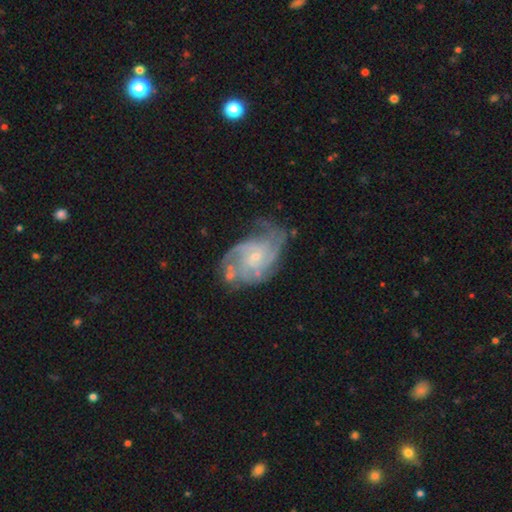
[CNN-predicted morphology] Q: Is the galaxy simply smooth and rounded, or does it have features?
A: featured or disk — 84%.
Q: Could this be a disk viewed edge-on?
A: no — 97%.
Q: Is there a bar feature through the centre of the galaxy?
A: no — 66%.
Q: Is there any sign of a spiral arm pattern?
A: yes — 94%.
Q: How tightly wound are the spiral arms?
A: medium — 43%.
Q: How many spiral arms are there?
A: can't tell — 27%.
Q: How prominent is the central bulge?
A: small — 74%.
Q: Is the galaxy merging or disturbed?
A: none — 55%.